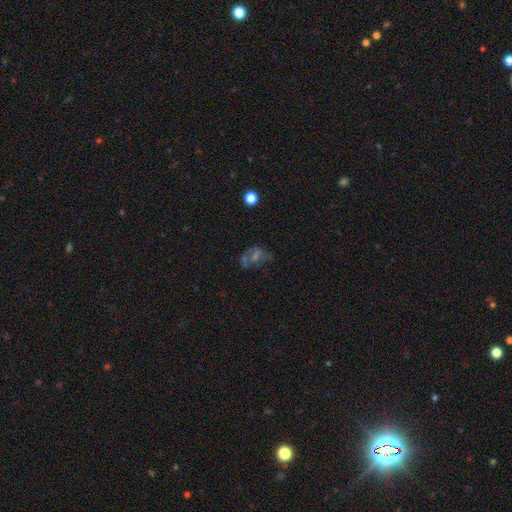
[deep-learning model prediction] The model was most divided on "smooth or featured": featured or disk: 42%, smooth: 29%, star or artifact: 29%. Remaining: merging — none (44%).